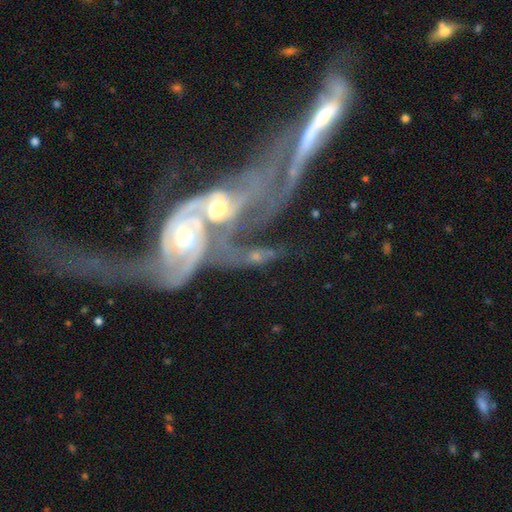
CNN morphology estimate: type=featured or disk (82%); edge-on=no (95%); bar=no (60%); spiral arms=yes (91%); winding=tight (40%); arm count=2 (54%); bulge=moderate (55%); merging=merger (78%).